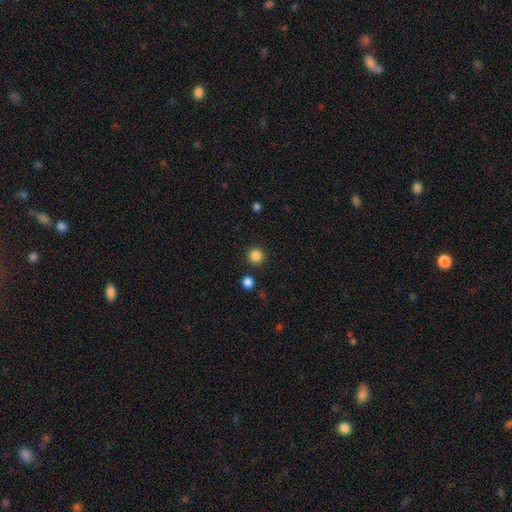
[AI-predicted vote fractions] This is clearly a smooth galaxy (85%). How rounded: clearly round (95%). Merging: clearly none (90%).